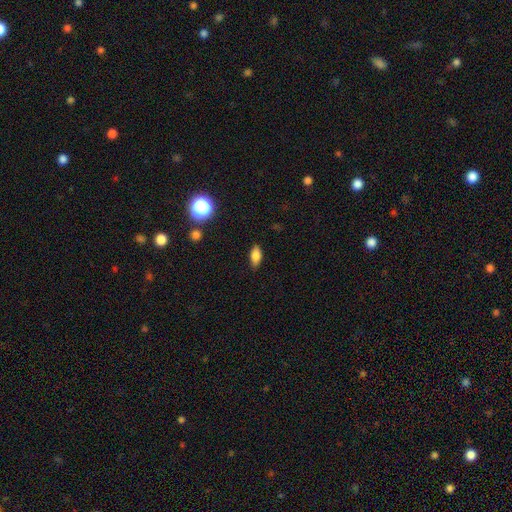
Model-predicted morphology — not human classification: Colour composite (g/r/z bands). It shows a smooth galaxy with no disk features (80%) that is in between round and cigar-shaped (84%). Merging: none (83%).